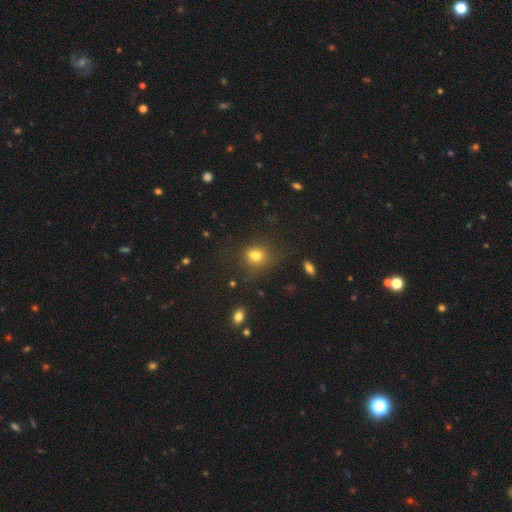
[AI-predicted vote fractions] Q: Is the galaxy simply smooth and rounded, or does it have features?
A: smooth — 74%.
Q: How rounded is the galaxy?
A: round — 63%.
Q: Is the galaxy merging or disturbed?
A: none — 56%.